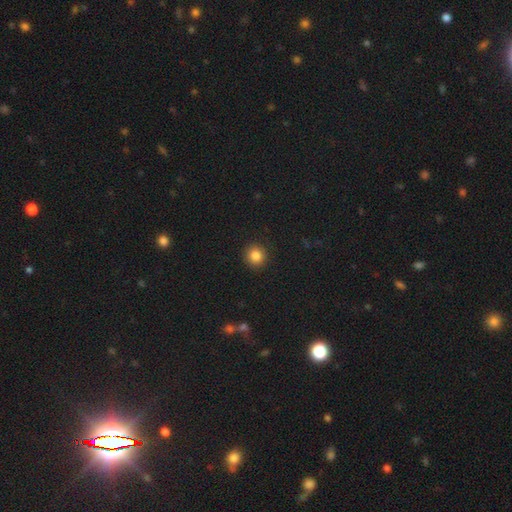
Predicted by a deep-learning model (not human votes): This appears to be a smooth galaxy with no disk features (85%) that is round (92%). Merging: none (92%).